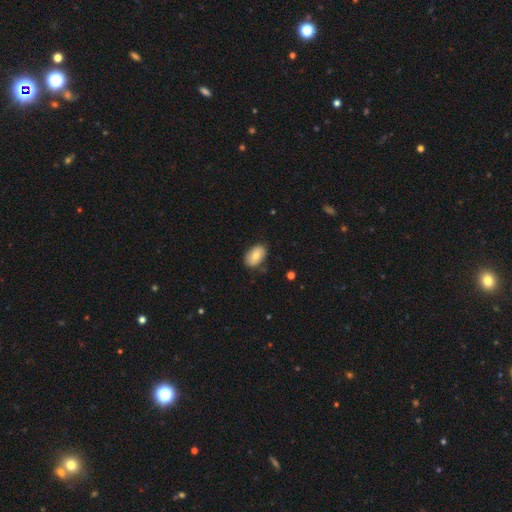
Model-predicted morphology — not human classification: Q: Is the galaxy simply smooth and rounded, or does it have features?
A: smooth — 76%.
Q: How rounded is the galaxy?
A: in between — 89%.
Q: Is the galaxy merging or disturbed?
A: none — 82%.